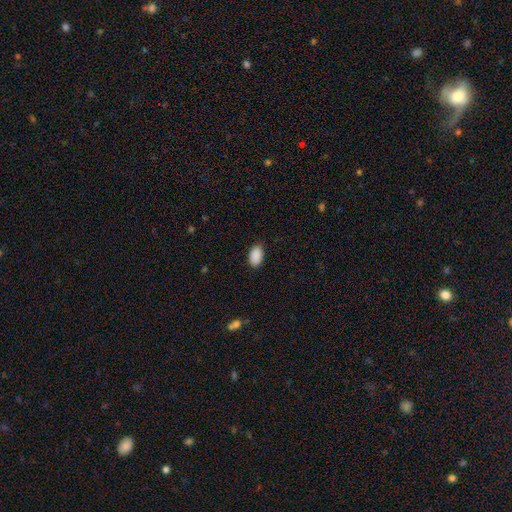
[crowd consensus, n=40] smooth-or-featured: smooth: 85% | star or artifact: 12% | featured or disk: 2%
  how-rounded: in between: 91% | cigar-shaped: 6% | round: 3%
  merging: none: 86% | minor disturbance: 14% | major disturbance: 0% | merger: 0%